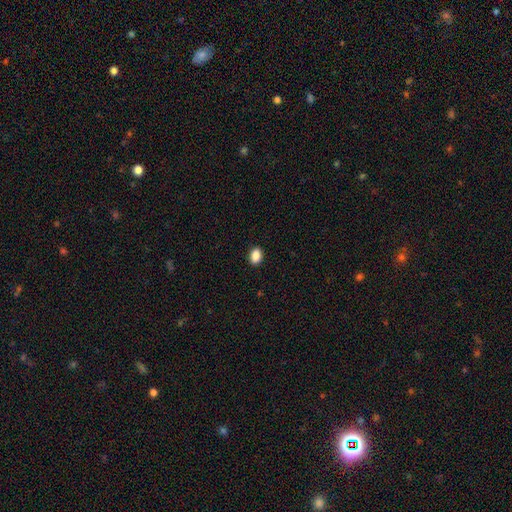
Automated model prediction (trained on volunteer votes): Smooth or featured? Predicted: smooth (p=0.89). How rounded? Predicted: in between (p=0.77). Merging? Predicted: none (p=0.90).